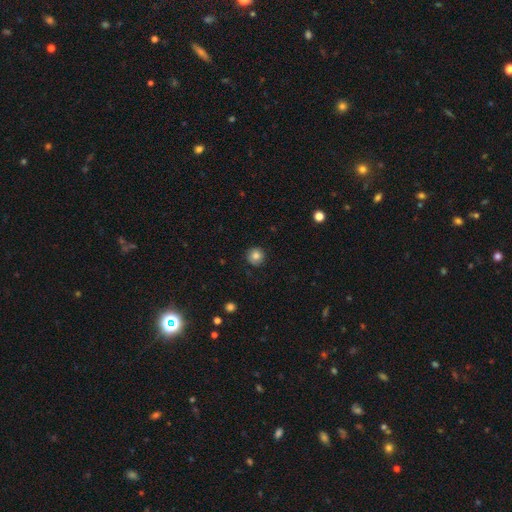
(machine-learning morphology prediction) Smooth or featured?
  - smooth: 83% *
  - star or artifact: 10%
  - featured or disk: 7%
How rounded?
  - round: 94% *
  - in between: 5%
  - cigar-shaped: 1%
Merging?
  - none: 88% *
  - minor disturbance: 8%
  - major disturbance: 2%
  - merger: 1%